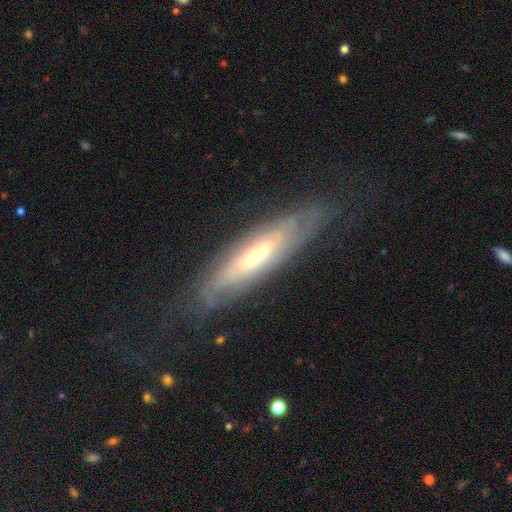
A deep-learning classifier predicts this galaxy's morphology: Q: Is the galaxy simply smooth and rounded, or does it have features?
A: featured or disk — 72%.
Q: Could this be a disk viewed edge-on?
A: no — 55%.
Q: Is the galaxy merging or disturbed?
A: none — 69%.